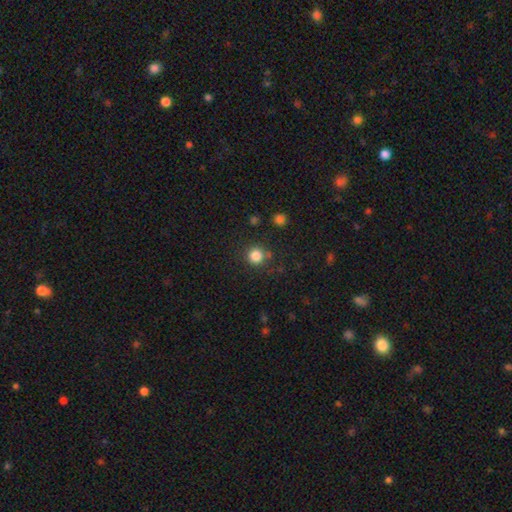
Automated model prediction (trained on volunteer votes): Q: Smooth or featured?
A: smooth (83%); runner-up: star or artifact (12%)
Q: How rounded?
A: round (93%); runner-up: in between (6%)
Q: Merging?
A: none (82%); runner-up: minor disturbance (10%)